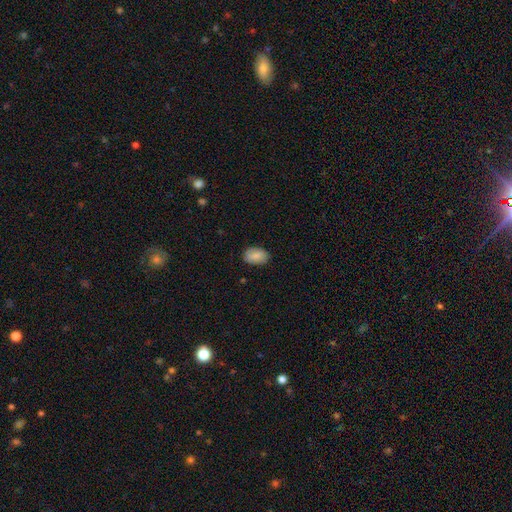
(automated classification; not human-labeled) Smooth or featured?
  - smooth: 84% *
  - featured or disk: 9%
  - star or artifact: 7%
How rounded?
  - in between: 88% *
  - round: 11%
  - cigar-shaped: 1%
Merging?
  - none: 84% *
  - minor disturbance: 12%
  - major disturbance: 3%
  - merger: 1%